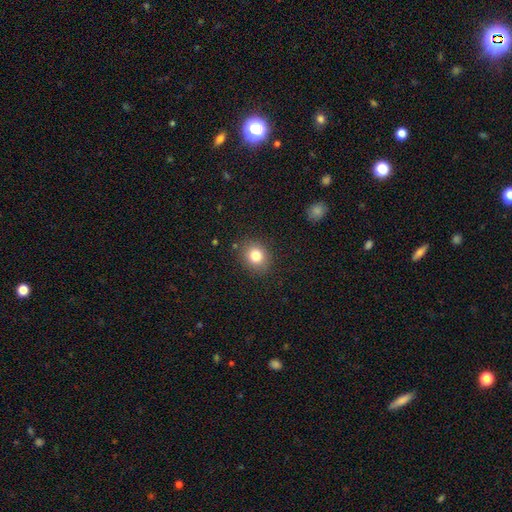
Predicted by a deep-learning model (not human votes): The model was most divided on "how rounded": round: 64%, in between: 36%, cigar-shaped: 1%. More confident: merging — none (87%); smooth or featured — smooth (81%).